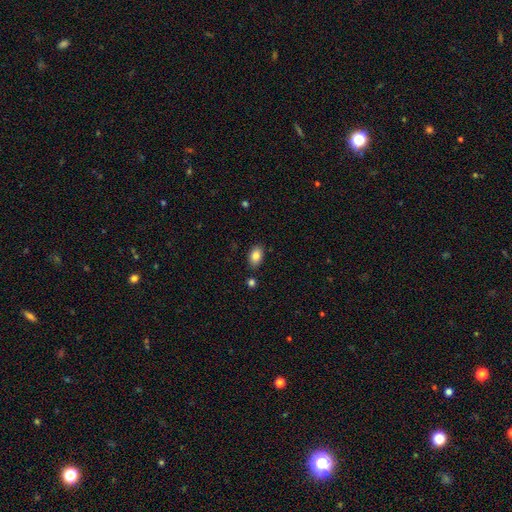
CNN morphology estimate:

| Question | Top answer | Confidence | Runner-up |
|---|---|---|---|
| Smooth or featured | smooth | 85% | star or artifact (8%) |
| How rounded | in between | 90% | round (9%) |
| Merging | none | 84% | minor disturbance (10%) |